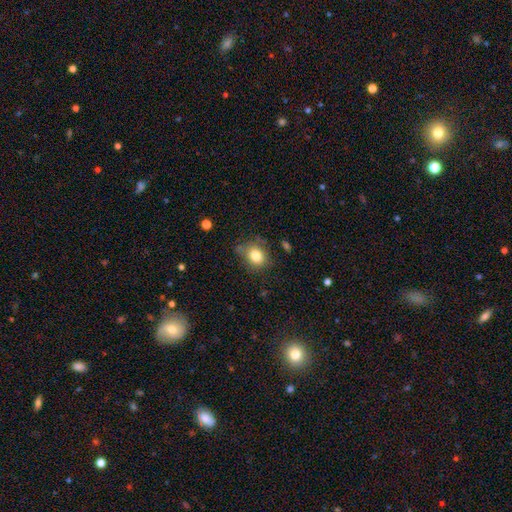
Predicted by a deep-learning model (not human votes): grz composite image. It shows a smooth galaxy with no disk features (81%) that is round (59%). Merging: none (67%).